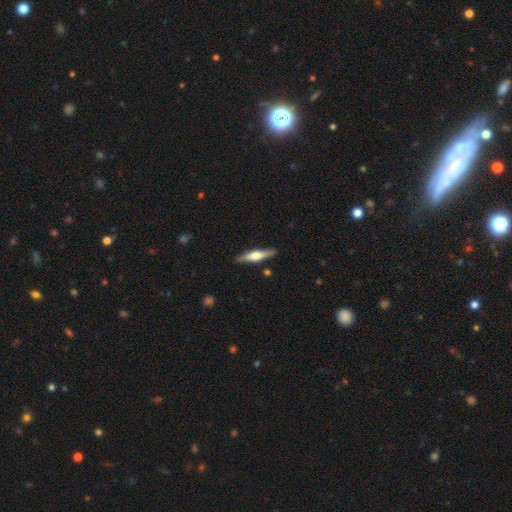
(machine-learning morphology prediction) A featured or disk galaxy (63%) viewed edge-on (96%) with a rounded central bulge (90%).

Vote fractions:
- Smooth or featured? featured or disk: 63% / smooth: 32% / star or artifact: 5%
- Edge-on disk? yes: 96% / no: 4%
- Edge-on bulge? rounded: 90% / boxy: 7% / none: 3%
- Merging? none: 89% / minor disturbance: 8% / major disturbance: 2% / merger: 1%